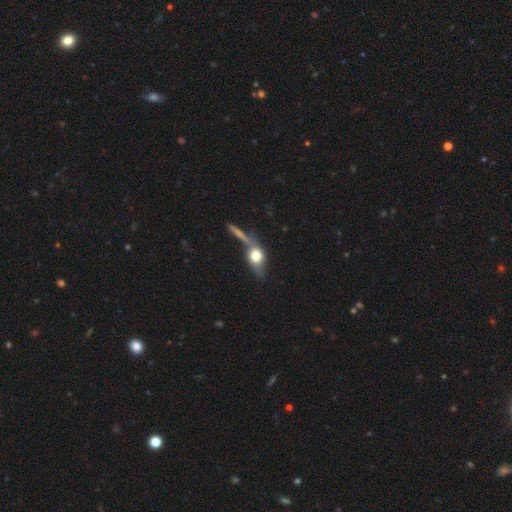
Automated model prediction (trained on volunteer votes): Smooth or featured? smooth (55%)
How rounded? in between (54%)
Merging? none (46%)